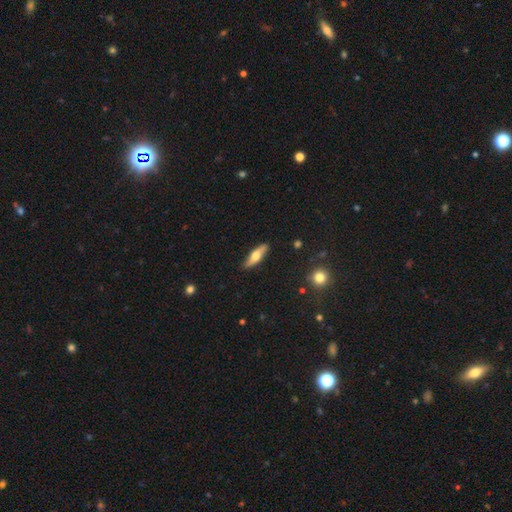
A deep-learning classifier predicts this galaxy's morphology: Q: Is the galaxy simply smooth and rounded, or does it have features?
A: smooth — 54%.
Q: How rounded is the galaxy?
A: cigar-shaped — 63%.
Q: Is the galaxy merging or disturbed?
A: none — 87%.